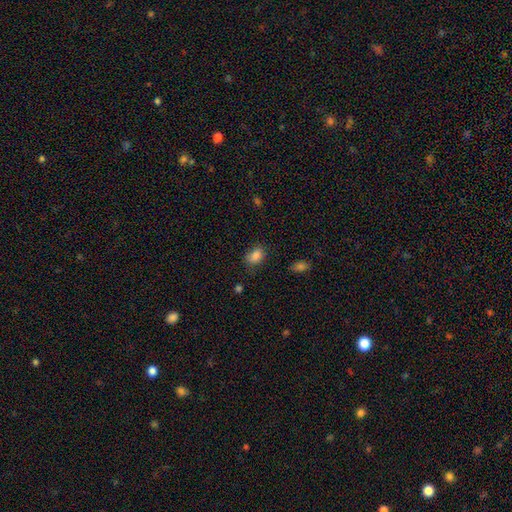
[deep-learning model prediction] smooth_or_featured: smooth (p=0.84) [alt: star or artifact p=0.10]
how_rounded: in between (p=0.76) [alt: round p=0.23]
merging: none (p=0.66) [alt: minor disturbance p=0.25]